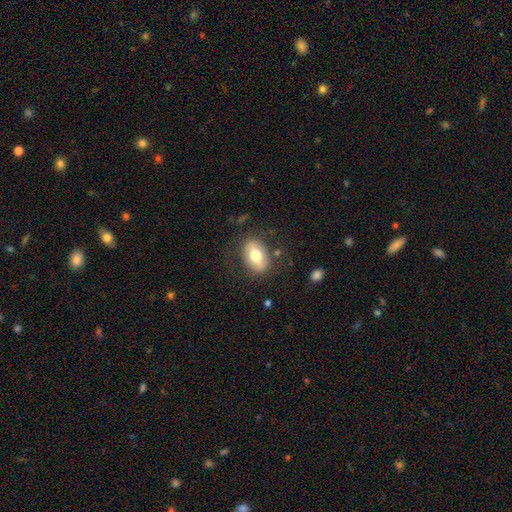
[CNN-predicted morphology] Overall: smooth (62%; featured or disk 31%). How rounded: in between (83%). Merging: none (78%).